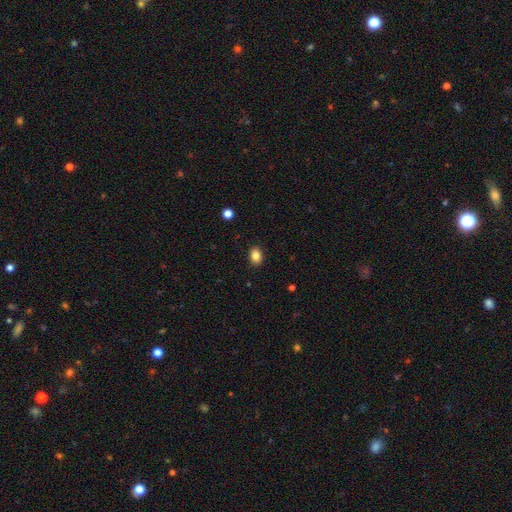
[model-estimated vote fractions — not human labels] The model was most divided on "how rounded": in between: 73%, round: 26%, cigar-shaped: 1%. More confident: merging — none (89%); smooth or featured — smooth (85%).